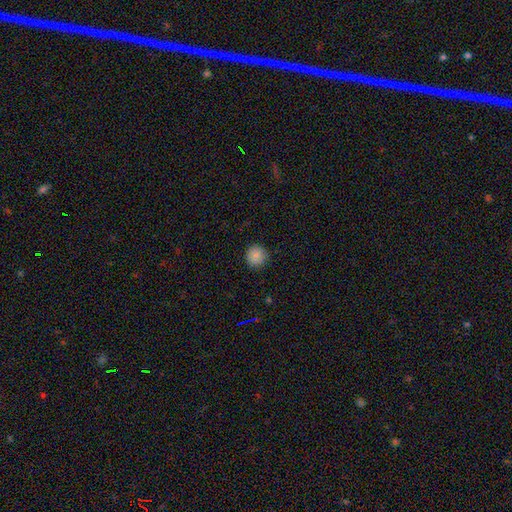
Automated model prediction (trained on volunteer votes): Smooth or featured: smooth — 87% (star or artifact — 10%)
How rounded: round — 93% (in between — 6%)
Merging: none — 90% (minor disturbance — 7%)